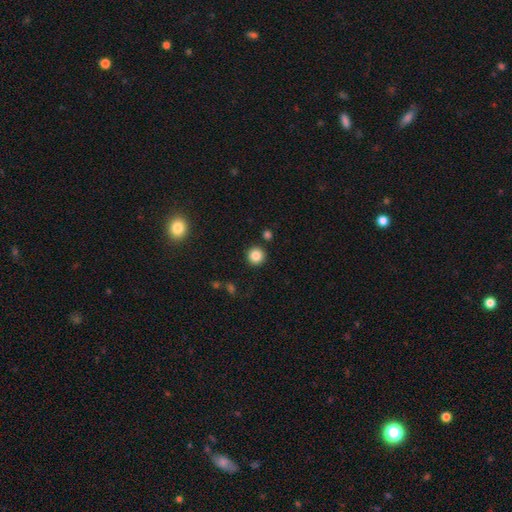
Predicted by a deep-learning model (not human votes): Smooth or featured? smooth (84%)
How rounded? round (95%)
Merging? none (90%)